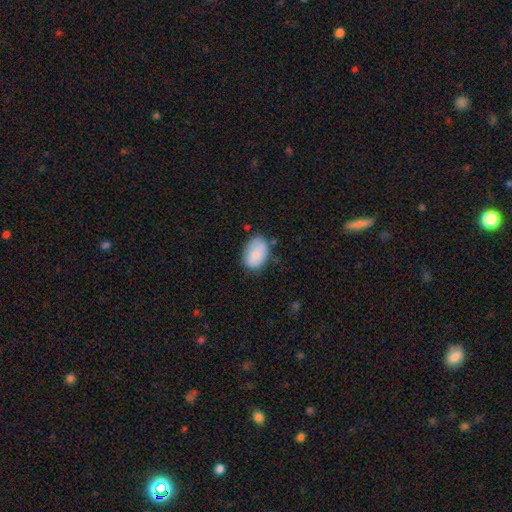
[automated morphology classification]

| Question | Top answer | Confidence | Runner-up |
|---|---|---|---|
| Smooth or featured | smooth | 84% | featured or disk (9%) |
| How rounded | in between | 87% | round (12%) |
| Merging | none | 68% | minor disturbance (23%) |